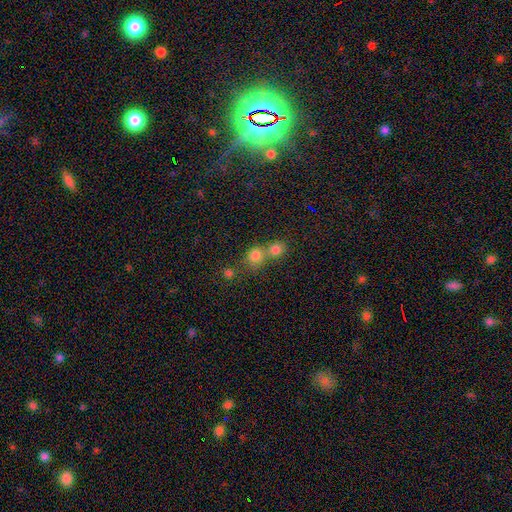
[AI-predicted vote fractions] A smooth galaxy with no disk features (77%) that is round (84%).

Vote fractions:
- Smooth or featured? smooth: 77% / star or artifact: 14% / featured or disk: 8%
- How rounded? round: 84% / in between: 15% / cigar-shaped: 1%
- Merging? merger: 50% / none: 41% / minor disturbance: 6% / major disturbance: 3%